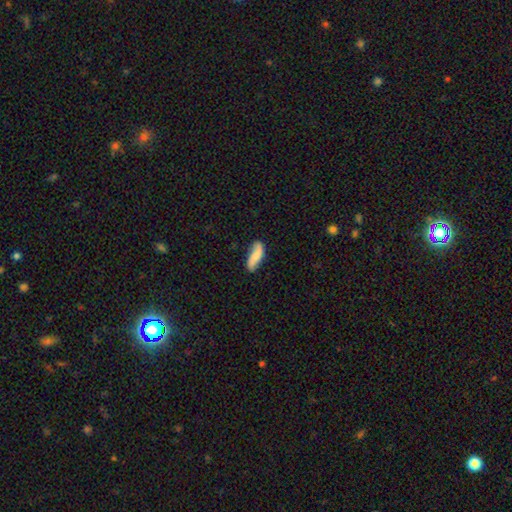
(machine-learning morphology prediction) This is possibly a smooth galaxy (60%). How rounded: likely in between (64%). Merging: likely none (72%).